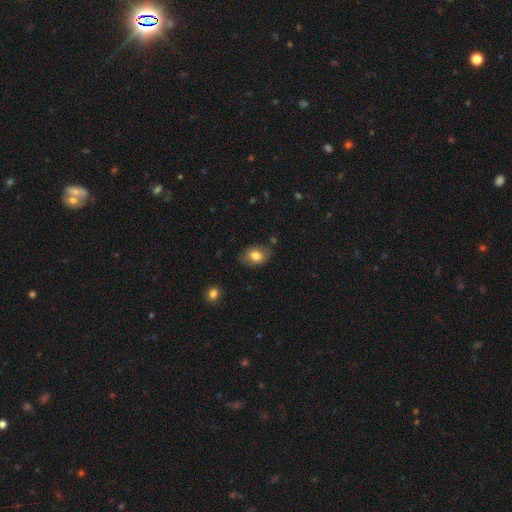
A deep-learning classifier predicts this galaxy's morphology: type=smooth (79%); roundness=in between (79%); merging=none (76%).